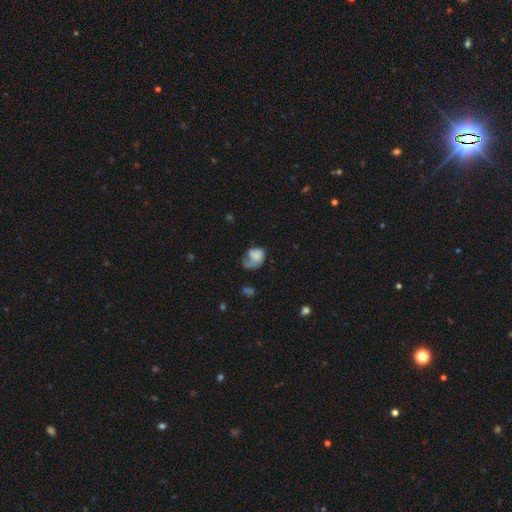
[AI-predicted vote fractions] Smooth or featured?
  - smooth: 53% *
  - featured or disk: 38%
  - star or artifact: 9%
How rounded?
  - in between: 64% *
  - round: 35%
  - cigar-shaped: 1%
Merging?
  - major disturbance: 44% *
  - none: 27%
  - minor disturbance: 24%
  - merger: 5%